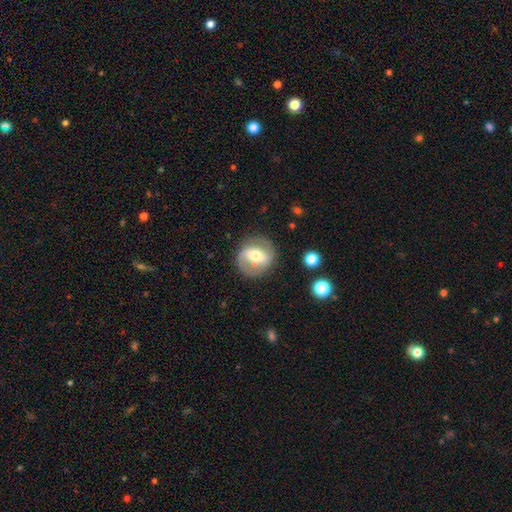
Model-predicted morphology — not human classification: smooth-or-featured: featured or disk: 64% | smooth: 29% | star or artifact: 6%
  disk-edge-on: no: 95% | yes: 5%
    bar: strong: 45% | weak: 34% | no: 20%
    has-spiral-arms: yes: 66% | no: 34%
    bulge-size: moderate: 65% | small: 24% | large: 9% | dominant: 1% | none: 1%
  merging: none: 79% | minor disturbance: 13% | major disturbance: 6% | merger: 2%